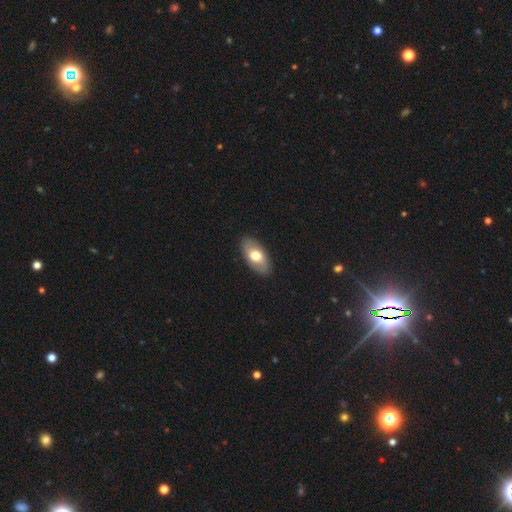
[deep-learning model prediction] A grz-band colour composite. It shows a smooth galaxy with no disk features (58%) that is in between round and cigar-shaped (93%). Merging: none (86%).